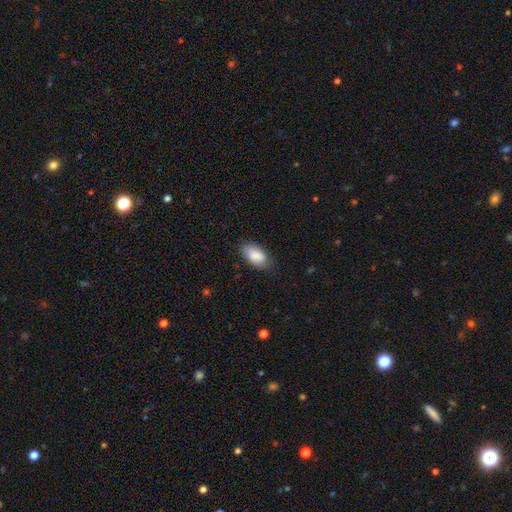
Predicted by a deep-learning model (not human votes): smooth_or_featured: smooth (p=0.86) [alt: featured or disk p=0.08]
how_rounded: in between (p=0.94) [alt: round p=0.03]
merging: none (p=0.76) [alt: minor disturbance p=0.19]